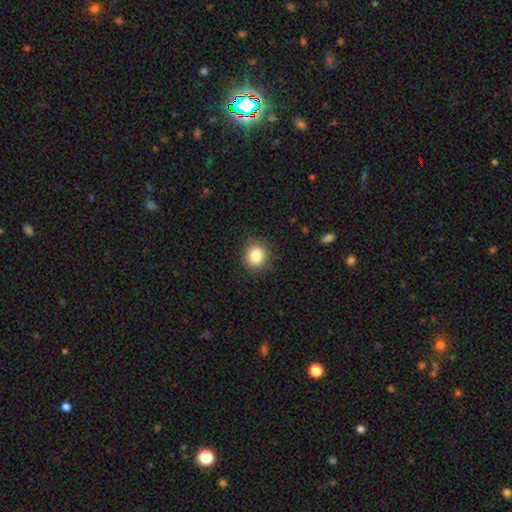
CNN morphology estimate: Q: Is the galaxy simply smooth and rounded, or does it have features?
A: smooth — 85%.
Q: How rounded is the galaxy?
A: round — 85%.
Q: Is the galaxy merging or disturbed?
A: none — 87%.